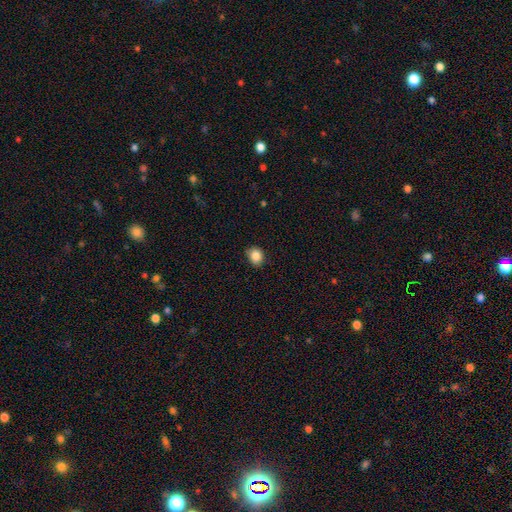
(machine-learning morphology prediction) Smooth or featured? smooth (86%)
How rounded? round (62%)
Merging? none (86%)